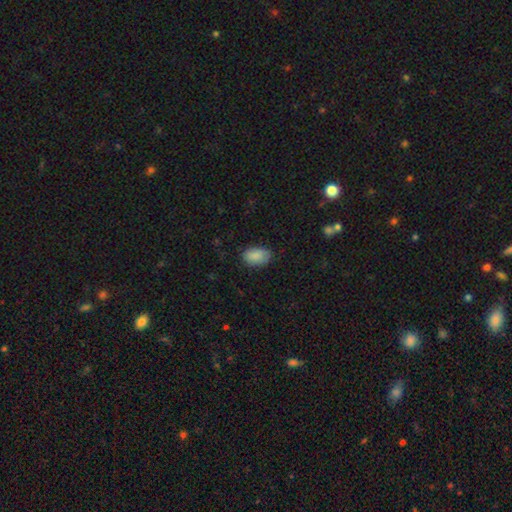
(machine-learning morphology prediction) Smooth or featured?
  - smooth: 88% *
  - star or artifact: 7%
  - featured or disk: 5%
How rounded?
  - in between: 91% *
  - round: 7%
  - cigar-shaped: 1%
Merging?
  - none: 80% *
  - minor disturbance: 16%
  - major disturbance: 3%
  - merger: 1%